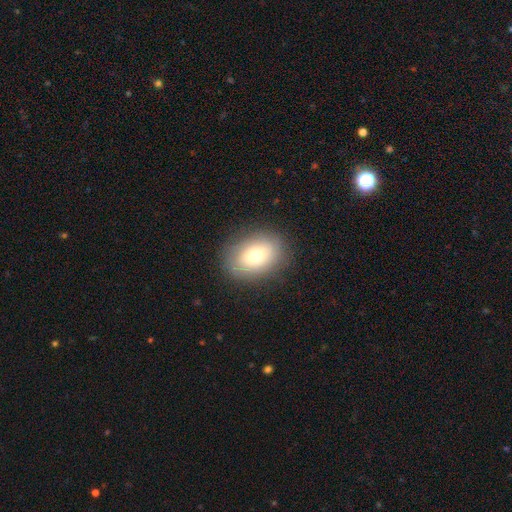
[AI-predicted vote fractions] Smooth or featured? Predicted: smooth (p=0.69). How rounded? Predicted: in between (p=0.66). Merging? Predicted: none (p=0.83).